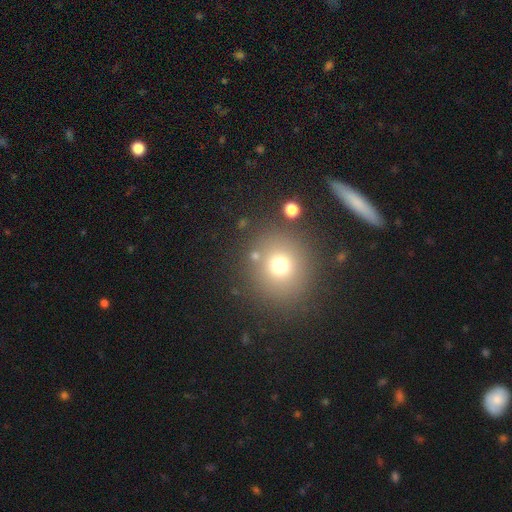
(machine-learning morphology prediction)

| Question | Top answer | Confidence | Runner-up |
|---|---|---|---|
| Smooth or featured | smooth | 69% | star or artifact (19%) |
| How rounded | round | 88% | in between (11%) |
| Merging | none | 82% | minor disturbance (9%) |